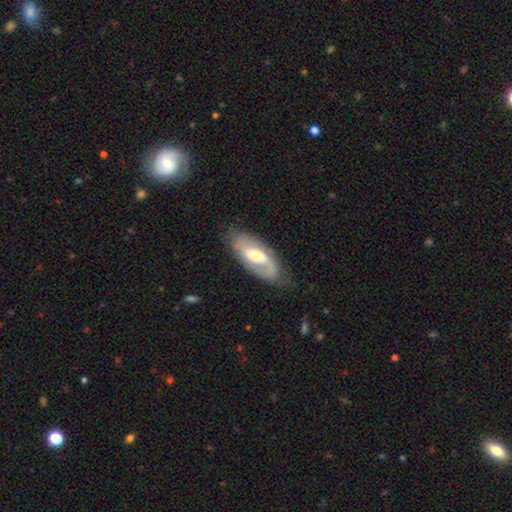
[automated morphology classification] The model was most divided on "spiral winding": medium: 43%, loose: 31%, tight: 26%. Remaining: edge-on disk — no (92%); spiral arms — yes (86%); smooth or featured — featured or disk (70%); merging — none (70%); spiral arm count — 2 (68%); bulge size — moderate (59%); bar — weak (45%).